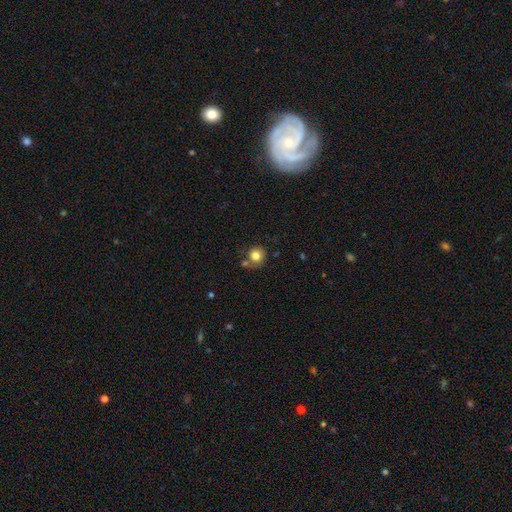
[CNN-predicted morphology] Smooth or featured? smooth (80%)
How rounded? round (88%)
Merging? none (68%)